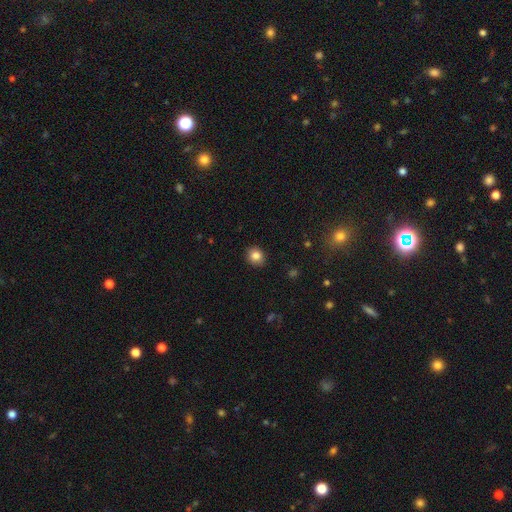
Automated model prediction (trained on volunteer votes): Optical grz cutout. It shows a smooth galaxy with no disk features (84%) that is round (77%). Merging: none (90%).